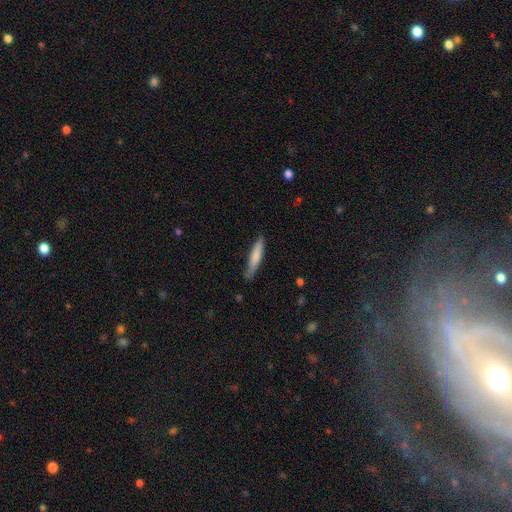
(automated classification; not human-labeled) This is likely a smooth galaxy (75%). How rounded: clearly cigar-shaped (89%). Merging: likely none (79%).